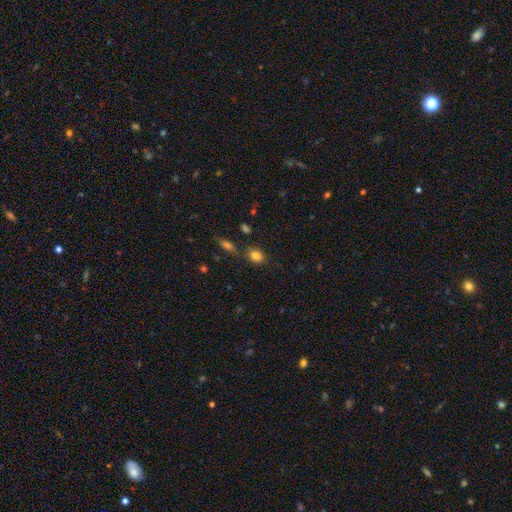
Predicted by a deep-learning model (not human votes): Overall: smooth (83%). How rounded: in between (63%; round 35%). Merging: none (74%).